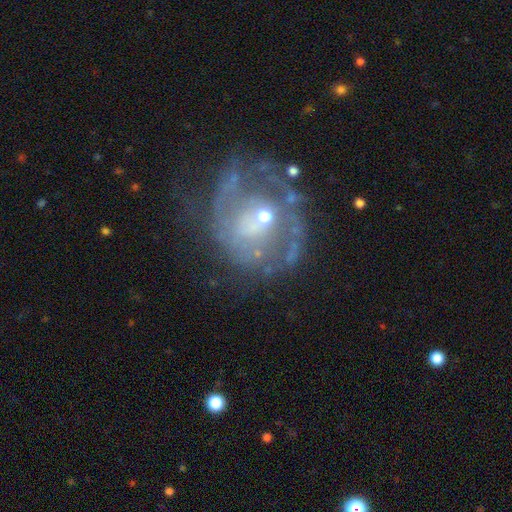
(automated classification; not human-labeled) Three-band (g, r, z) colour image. It shows a featured or disk galaxy (73%) with no bar (74%), spiral arms (67%) and a moderate central bulge (51%). Merging: none (51%).